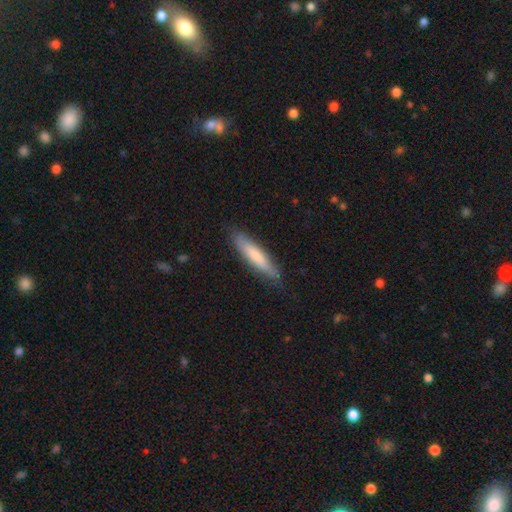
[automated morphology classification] The model was most divided on "smooth or featured": smooth: 72%, featured or disk: 22%, star or artifact: 5%. More confident: how rounded — cigar-shaped (83%); merging — none (82%).